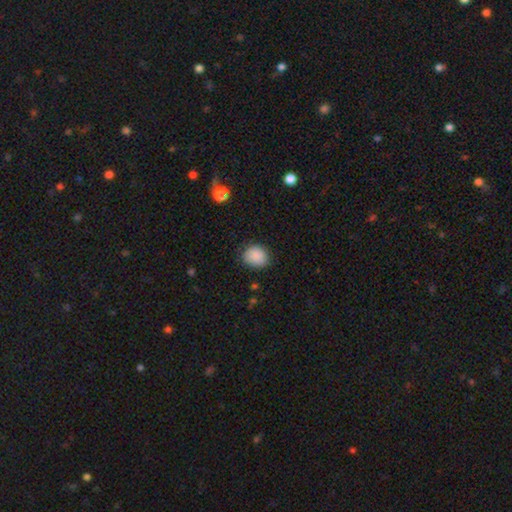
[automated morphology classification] smooth_or_featured: smooth (p=0.88) [alt: star or artifact p=0.08]
how_rounded: round (p=0.59) [alt: in between p=0.40]
merging: none (p=0.81) [alt: minor disturbance p=0.14]